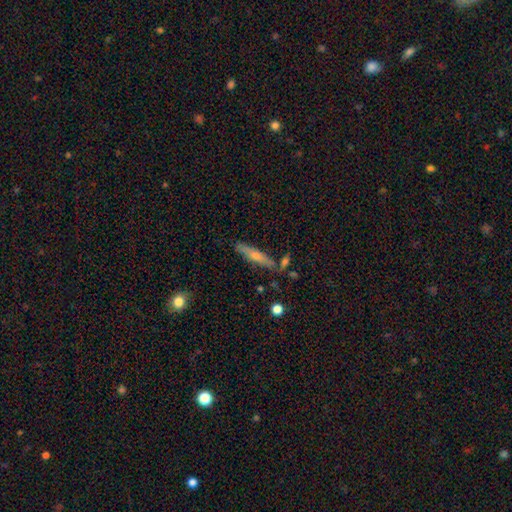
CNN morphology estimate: The model was most divided on "smooth or featured": smooth: 54%, featured or disk: 39%, star or artifact: 7%. More confident: how rounded — cigar-shaped (86%); merging — none (78%).